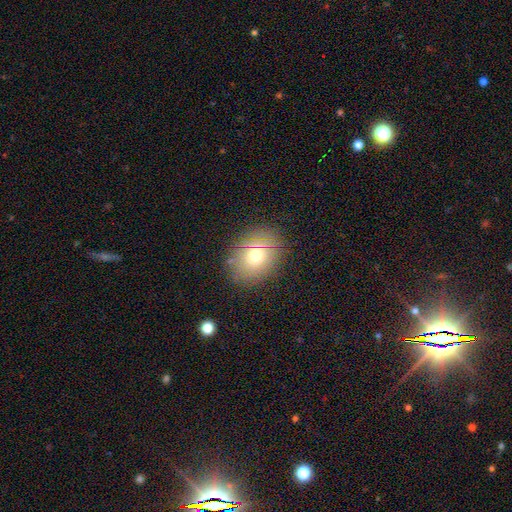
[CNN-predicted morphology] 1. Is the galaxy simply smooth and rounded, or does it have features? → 68% smooth, 16% star or artifact, 16% featured or disk.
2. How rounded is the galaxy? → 52% in between, 47% round, 1% cigar-shaped.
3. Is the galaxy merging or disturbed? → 84% none, 10% minor disturbance, 4% major disturbance, 1% merger.